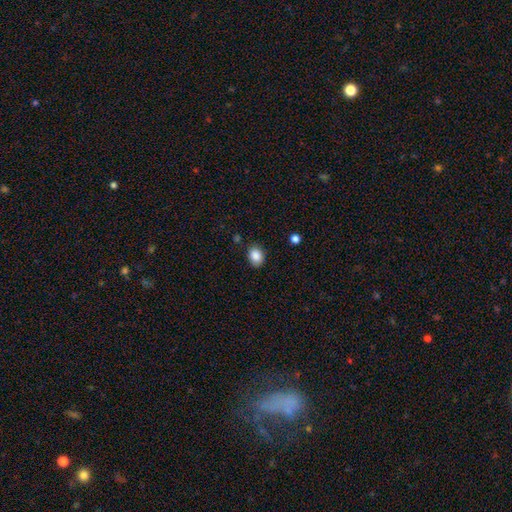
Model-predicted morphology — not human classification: Smooth or featured: smooth — 87% (star or artifact — 9%)
How rounded: in between — 58% (round — 41%)
Merging: none — 82% (minor disturbance — 13%)